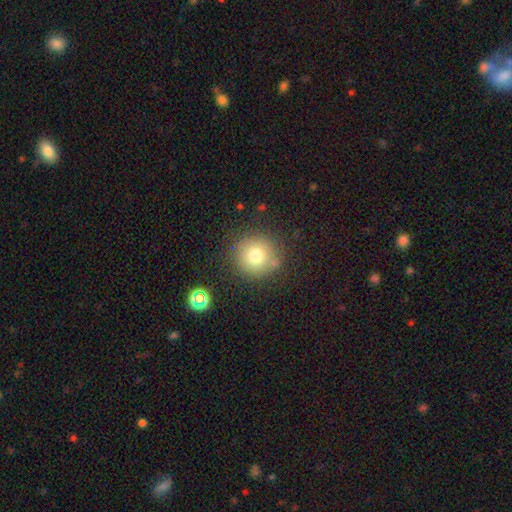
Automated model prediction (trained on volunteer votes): This appears to be a smooth galaxy with no disk features (77%) that is round (94%). Merging: none (82%).